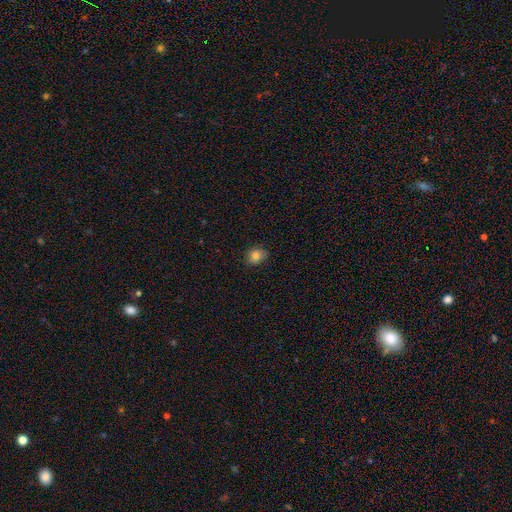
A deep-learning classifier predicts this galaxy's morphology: smooth_or_featured: smooth (p=0.83) [alt: star or artifact p=0.11]
how_rounded: round (p=0.59) [alt: in between p=0.40]
merging: none (p=0.81) [alt: minor disturbance p=0.15]